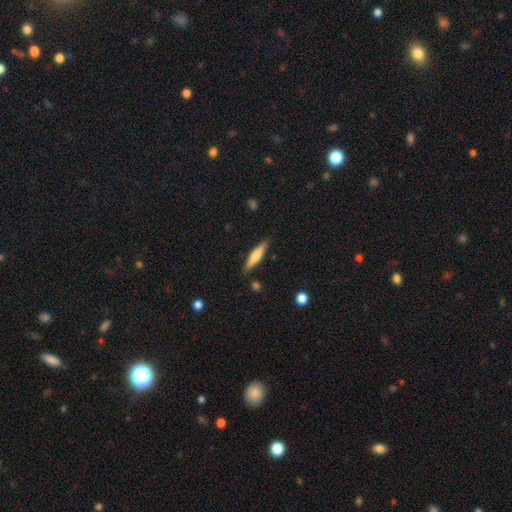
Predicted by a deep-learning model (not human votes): This appears to be a smooth galaxy with no disk features (55%) that is cigar-shaped (80%). Merging: none (87%).